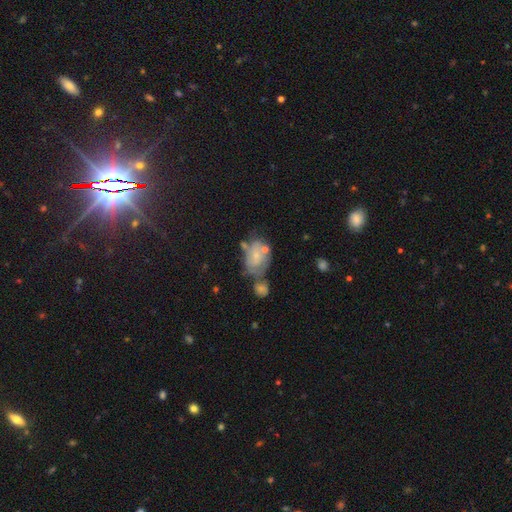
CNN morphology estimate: smooth-or-featured: featured or disk: 51% | smooth: 38% | star or artifact: 10%
  disk-edge-on: no: 97% | yes: 3%
  merging: merger: 34% | none: 29% | minor disturbance: 22% | major disturbance: 16%